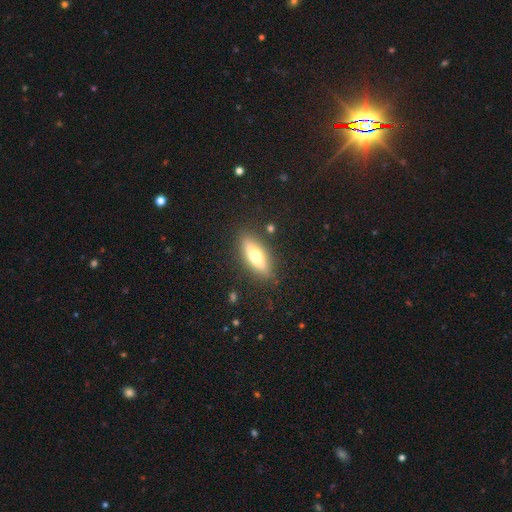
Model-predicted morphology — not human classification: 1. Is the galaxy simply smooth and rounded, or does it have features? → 57% smooth, 36% featured or disk, 7% star or artifact.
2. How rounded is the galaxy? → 56% in between, 41% cigar-shaped, 3% round.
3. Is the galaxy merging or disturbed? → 85% none, 10% minor disturbance, 3% major disturbance, 2% merger.